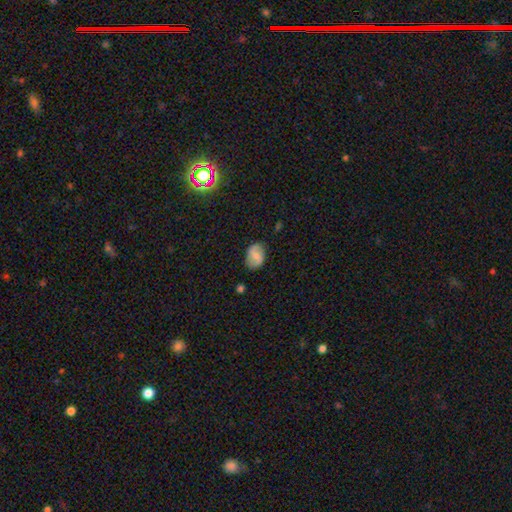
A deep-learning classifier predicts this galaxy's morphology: smooth-or-featured: smooth: 52% | featured or disk: 39% | star or artifact: 8%
  how-rounded: in between: 78% | round: 21% | cigar-shaped: 1%
  merging: none: 78% | minor disturbance: 17% | major disturbance: 4% | merger: 2%